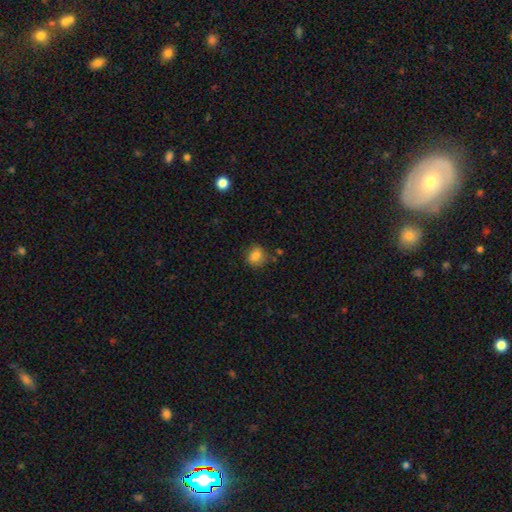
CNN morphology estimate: This appears to be a smooth galaxy with no disk features (80%) that is round (56%). Merging: none (73%).